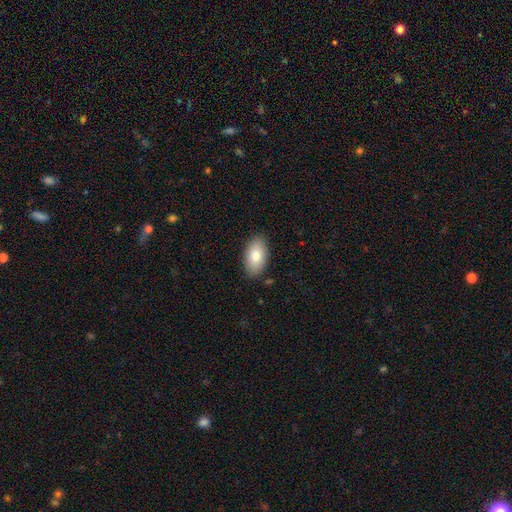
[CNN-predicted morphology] smooth_or_featured: smooth (p=0.79) [alt: featured or disk p=0.14]
how_rounded: in between (p=0.93) [alt: round p=0.05]
merging: none (p=0.86) [alt: minor disturbance p=0.10]